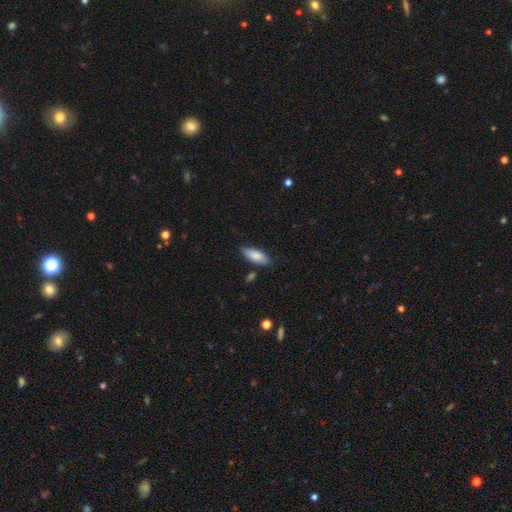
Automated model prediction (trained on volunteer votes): smooth 83%, featured or disk 11%, star or artifact 6%. Down the decision tree: how rounded — in between (76%); merging — none (80%).